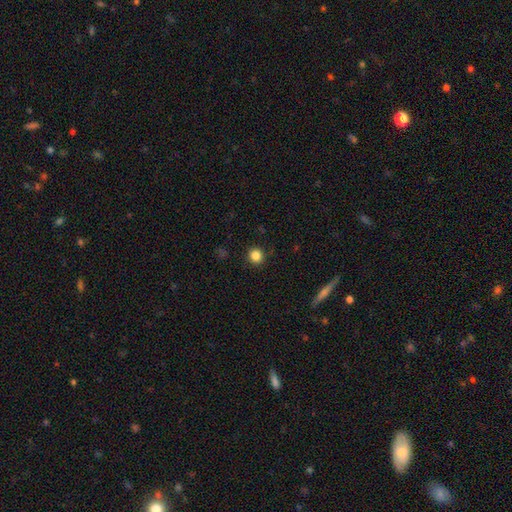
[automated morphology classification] Smooth or featured?
  - smooth: 85% *
  - star or artifact: 11%
  - featured or disk: 4%
How rounded?
  - round: 94% *
  - in between: 5%
  - cigar-shaped: 1%
Merging?
  - none: 91% *
  - minor disturbance: 6%
  - major disturbance: 2%
  - merger: 1%